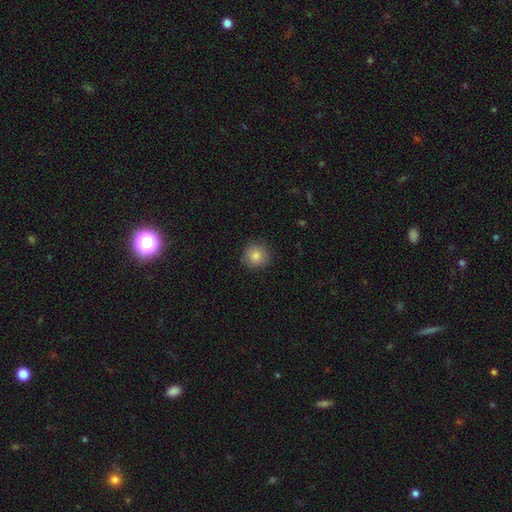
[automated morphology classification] A smooth galaxy with no disk features (85%) that is round (93%). Merging: none (88%).